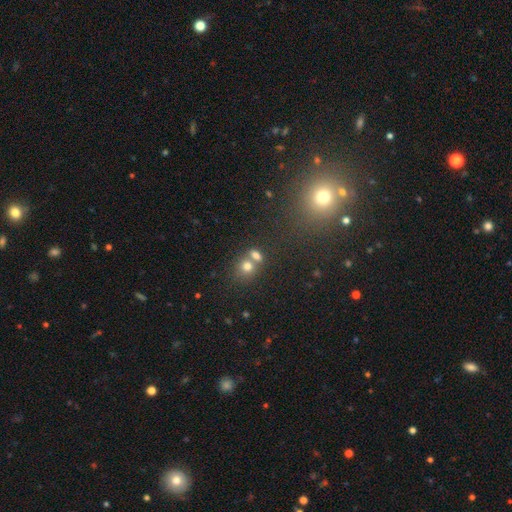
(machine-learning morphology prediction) Smooth or featured?
  - smooth: 49% *
  - star or artifact: 43%
  - featured or disk: 8%
Merging?
  - none: 71% *
  - merger: 18%
  - minor disturbance: 7%
  - major disturbance: 4%